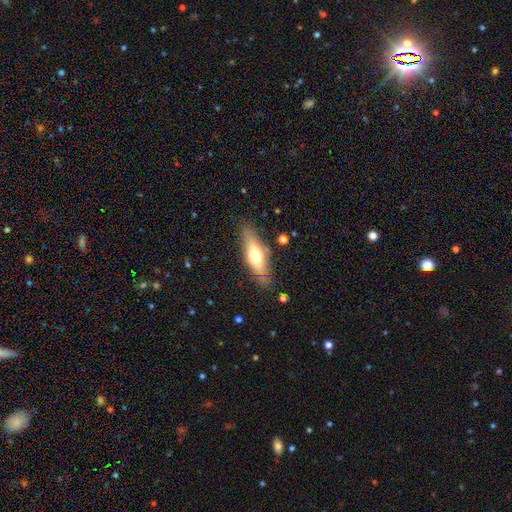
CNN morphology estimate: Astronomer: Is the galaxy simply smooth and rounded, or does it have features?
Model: smooth — 57% (runner-up: featured or disk, 37%).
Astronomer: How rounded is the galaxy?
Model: in between — 55% (runner-up: cigar-shaped, 42%).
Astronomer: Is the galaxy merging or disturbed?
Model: none — 77%.